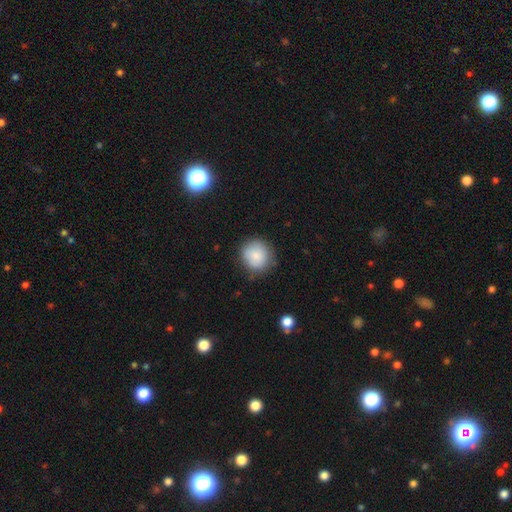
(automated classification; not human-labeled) Smooth or featured? Predicted: smooth (p=0.84). How rounded? Predicted: round (p=0.88). Merging? Predicted: none (p=0.76).